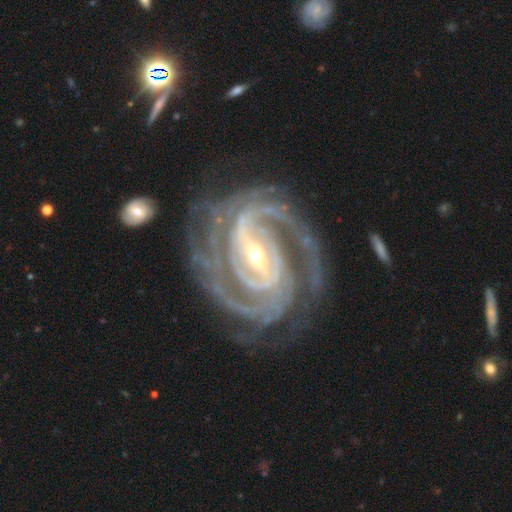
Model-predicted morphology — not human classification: A featured or disk galaxy (94%) with a strong bar (60%), 2 (31%) tight (70%) spiral arms (99%) and a small central bulge (62%).

Vote fractions:
- Smooth or featured? featured or disk: 94% / star or artifact: 4% / smooth: 2%
- Edge-on disk? no: 98% / yes: 2%
- Bar? strong: 60% / weak: 29% / no: 10%
- Spiral arms? yes: 99% / no: 1%
- Spiral winding? tight: 70% / medium: 26% / loose: 3%
- Spiral arm count? 2: 31% / 3: 28% / 4: 17% / can't tell: 11% / more than 4: 7% / 1: 6%
- Bulge size? small: 62% / moderate: 34% / large: 2% / none: 1% / dominant: 1%
- Merging? none: 74% / minor disturbance: 16% / major disturbance: 8% / merger: 2%